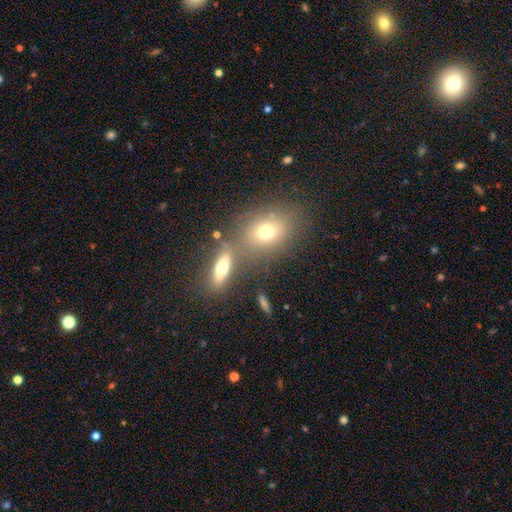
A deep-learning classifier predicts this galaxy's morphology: A smooth galaxy with no disk features (60%) that is in between round and cigar-shaped (65%). Merging: none (46%).